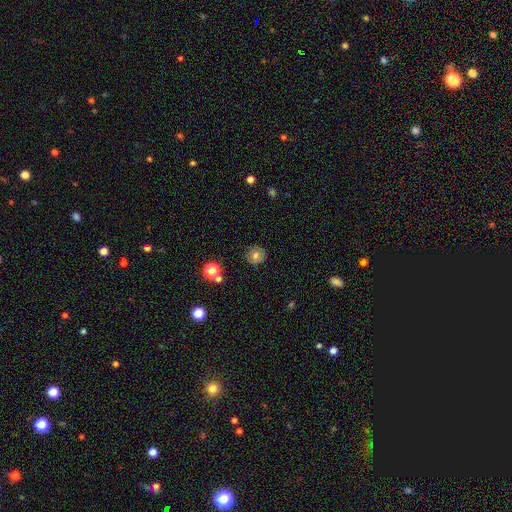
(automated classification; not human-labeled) Overall: smooth (70%). How rounded: round (91%). Merging: none (85%).